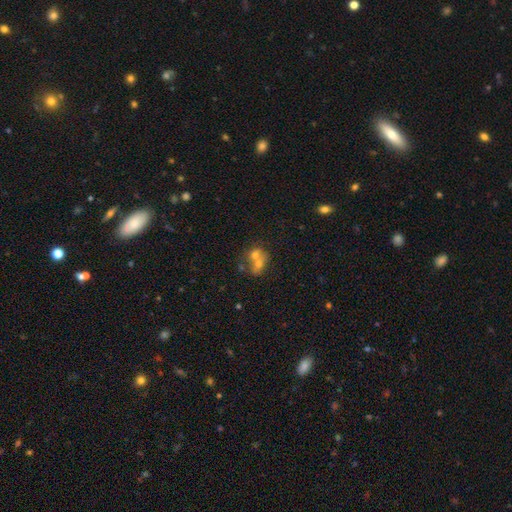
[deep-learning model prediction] smooth_or_featured: smooth (p=0.59) [alt: featured or disk p=0.27]
how_rounded: round (p=0.58) [alt: in between p=0.41]
merging: merger (p=0.67) [alt: none p=0.23]